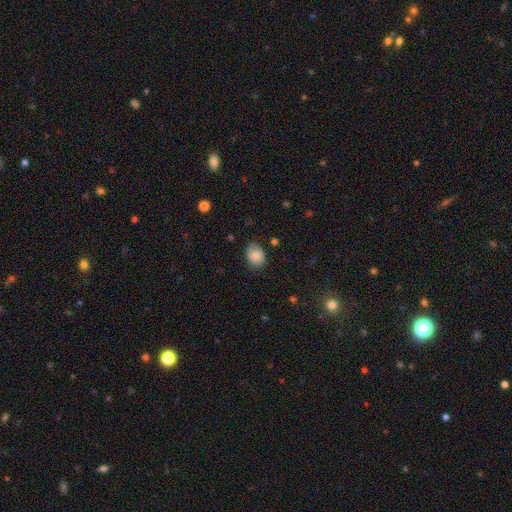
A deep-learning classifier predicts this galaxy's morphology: Smooth or featured: smooth — 67% (featured or disk — 24%)
How rounded: in between — 64% (round — 35%)
Merging: none — 74% (minor disturbance — 20%)